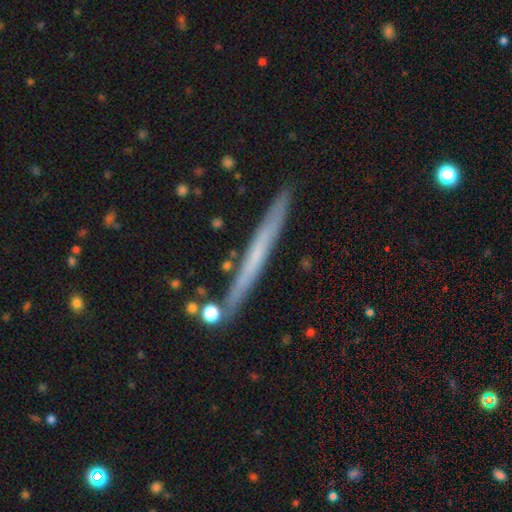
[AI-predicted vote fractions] Smooth or featured? Predicted: featured or disk (p=0.51). Edge-on disk? Predicted: yes (p=0.95). Merging? Predicted: none (p=0.88).